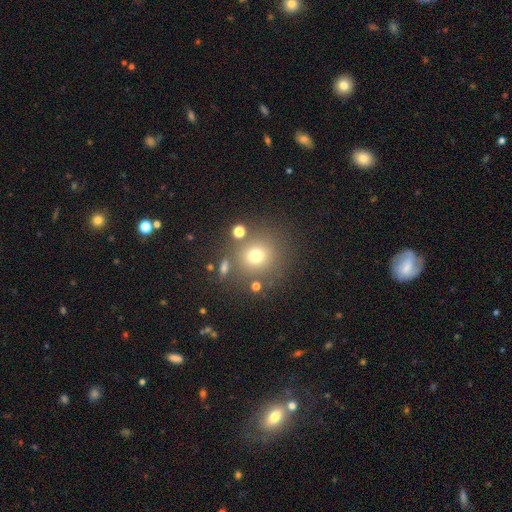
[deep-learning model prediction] Smooth or featured: smooth — 71% (star or artifact — 17%)
How rounded: round — 90% (in between — 9%)
Merging: none — 77% (minor disturbance — 10%)